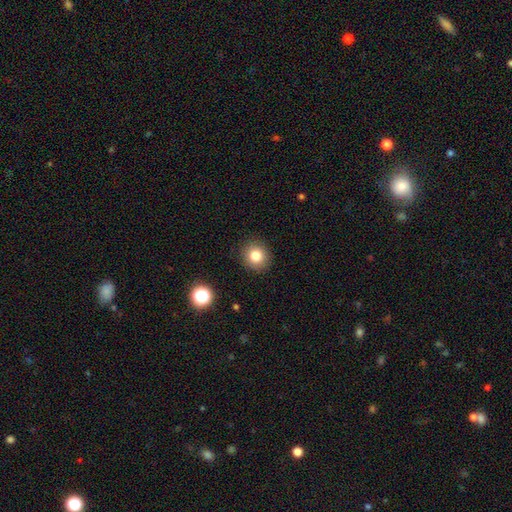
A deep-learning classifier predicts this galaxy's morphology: Smooth or featured: smooth — 81% (star or artifact — 12%)
How rounded: round — 88% (in between — 11%)
Merging: none — 90% (minor disturbance — 7%)